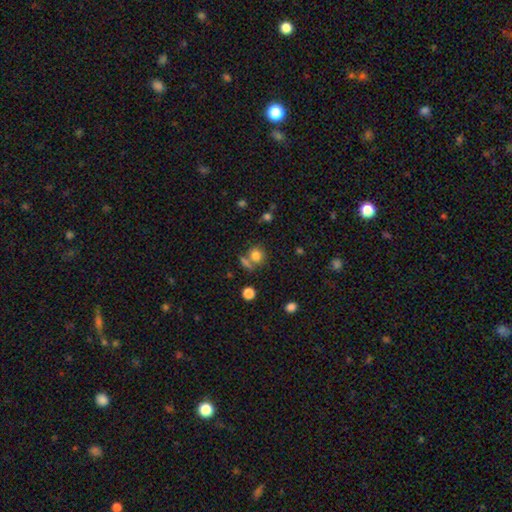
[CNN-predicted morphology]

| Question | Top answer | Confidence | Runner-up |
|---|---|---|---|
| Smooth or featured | smooth | 79% | star or artifact (13%) |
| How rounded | round | 82% | in between (17%) |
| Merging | none | 58% | merger (26%) |